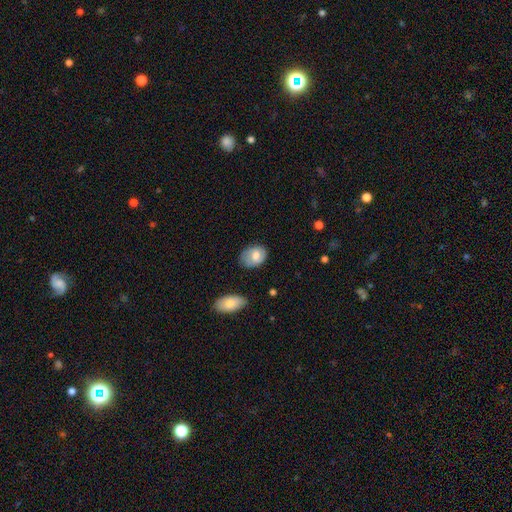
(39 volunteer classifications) Smooth or featured: smooth — 54% (featured or disk — 44%)
How rounded: in between — 76% (round — 24%)
Merging: none — 39% (tied with minor disturbance — 39%)